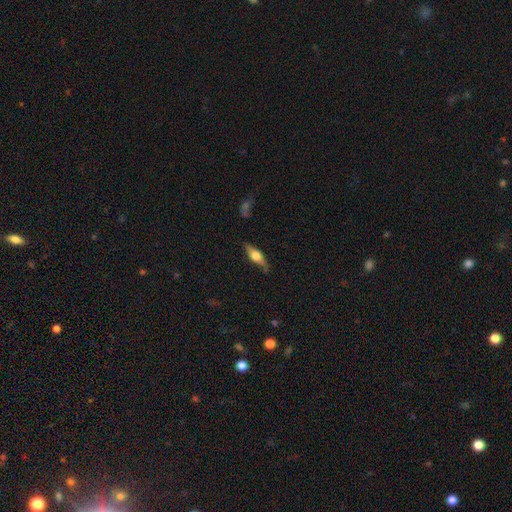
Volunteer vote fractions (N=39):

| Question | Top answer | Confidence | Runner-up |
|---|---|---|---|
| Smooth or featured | featured or disk | 54% | smooth (38%) |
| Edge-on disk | yes | 67% | no (33%) |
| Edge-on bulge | rounded | 93% | boxy (7%) |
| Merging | none | 69% | minor disturbance (17%) |